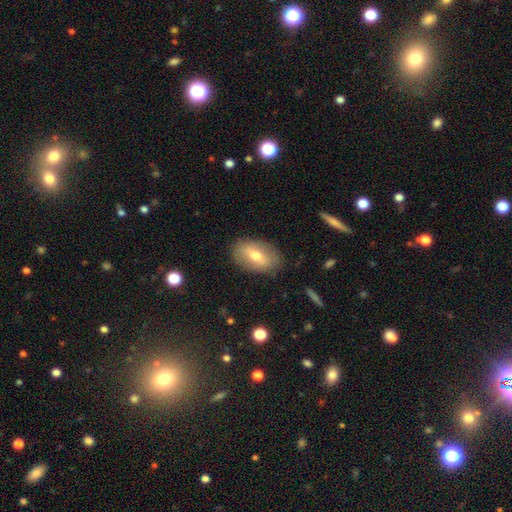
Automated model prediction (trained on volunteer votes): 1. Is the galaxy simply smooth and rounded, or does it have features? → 59% smooth, 34% featured or disk, 7% star or artifact.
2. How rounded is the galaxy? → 89% in between, 8% round, 3% cigar-shaped.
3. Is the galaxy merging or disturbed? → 84% none, 11% minor disturbance, 3% major disturbance, 1% merger.